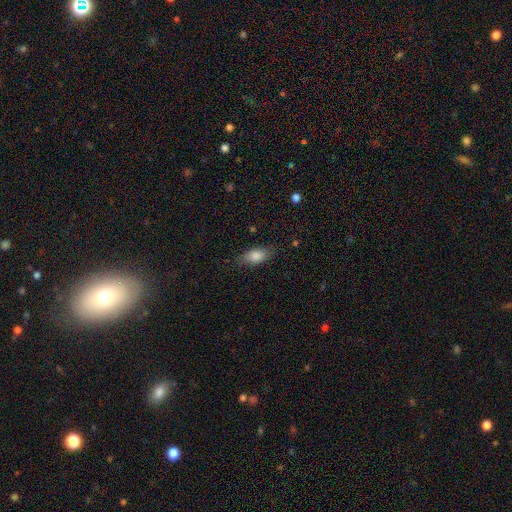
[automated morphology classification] Smooth or featured?
  - smooth: 82% *
  - featured or disk: 11%
  - star or artifact: 7%
How rounded?
  - in between: 85% *
  - cigar-shaped: 11%
  - round: 4%
Merging?
  - none: 79% *
  - minor disturbance: 16%
  - major disturbance: 4%
  - merger: 1%